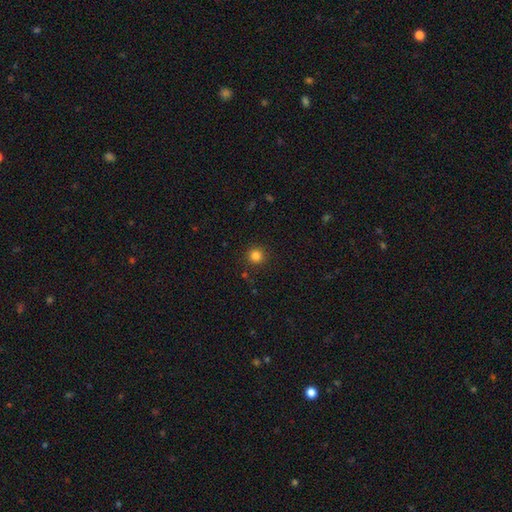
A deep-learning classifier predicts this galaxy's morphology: smooth-or-featured: smooth: 83% | star or artifact: 13% | featured or disk: 4%
  how-rounded: round: 94% | in between: 5% | cigar-shaped: 1%
  merging: none: 89% | minor disturbance: 6% | major disturbance: 3% | merger: 2%